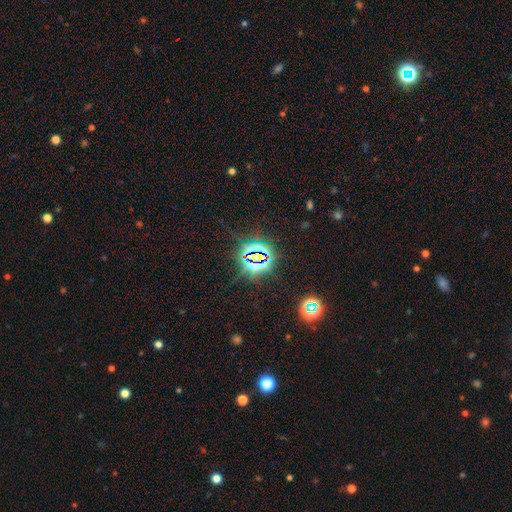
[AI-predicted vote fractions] Overall: star or artifact (80%).